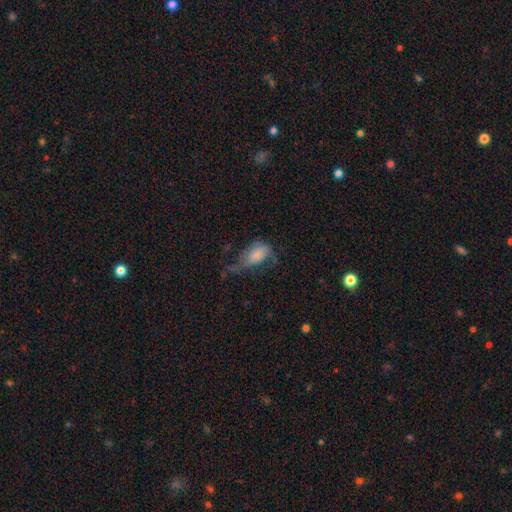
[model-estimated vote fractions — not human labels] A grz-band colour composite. It shows a smooth galaxy with no disk features (66%) that is in between round and cigar-shaped (90%). Merging: major disturbance (38%).